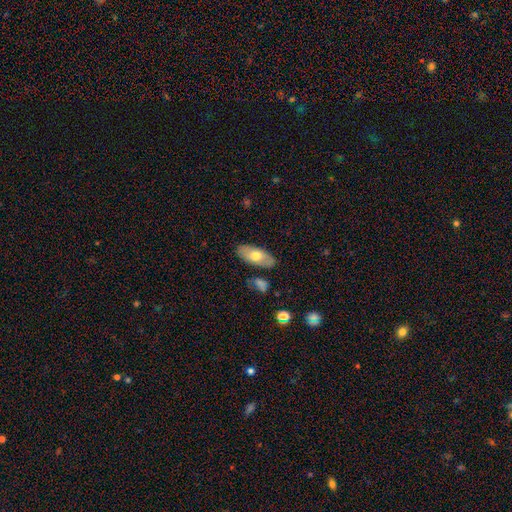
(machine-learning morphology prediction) This appears to be a smooth galaxy with no disk features (66%) that is in between round and cigar-shaped (88%). Merging: none (81%).